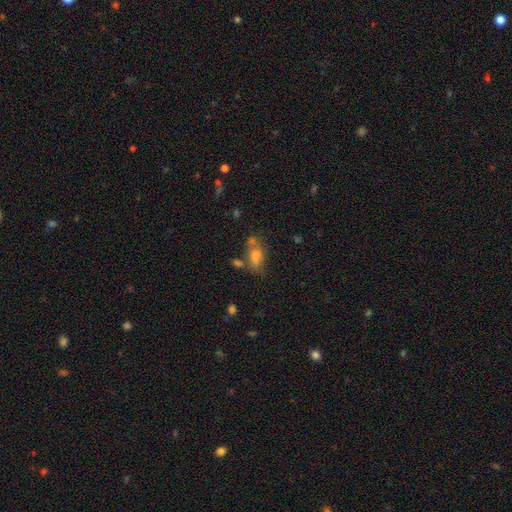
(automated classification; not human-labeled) Morphology: type=smooth (71%); roundness=in between (81%); merging=none (55%).